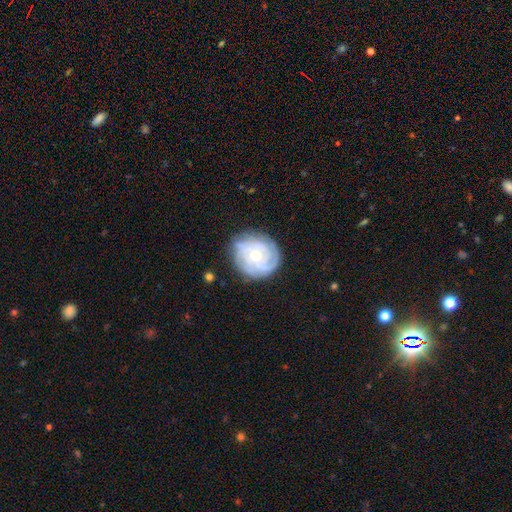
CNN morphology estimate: Overall: featured or disk (77%). Edge-on disk: no (97%). Bar: no (79%). Spiral arms: yes (90%). Spiral arm count: can't tell (43%; 3 18%). Spiral winding: tight (73%). Bulge size: moderate (50%; small 46%). Merging: none (77%).